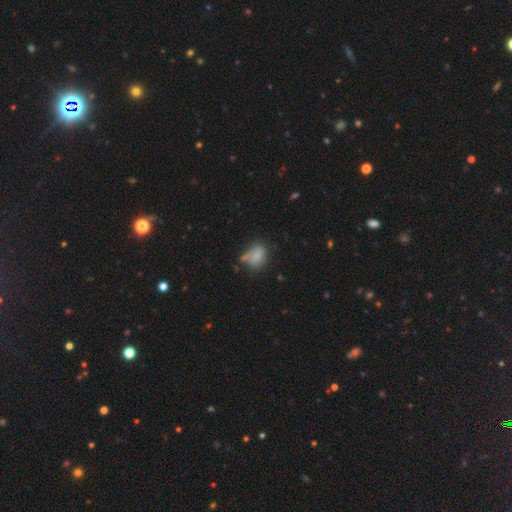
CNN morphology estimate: Overall: smooth (77%). How rounded: in between (75%). Merging: none (46%; minor disturbance 29%).